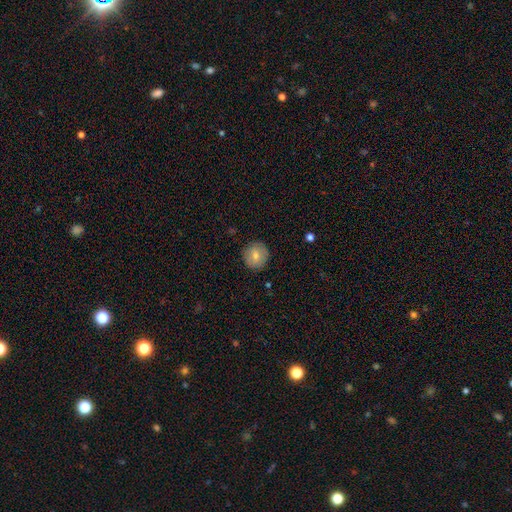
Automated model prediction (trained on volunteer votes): smooth_or_featured: smooth (p=0.77) [alt: featured or disk p=0.15]
how_rounded: round (p=0.92) [alt: in between p=0.07]
merging: none (p=0.89) [alt: minor disturbance p=0.08]